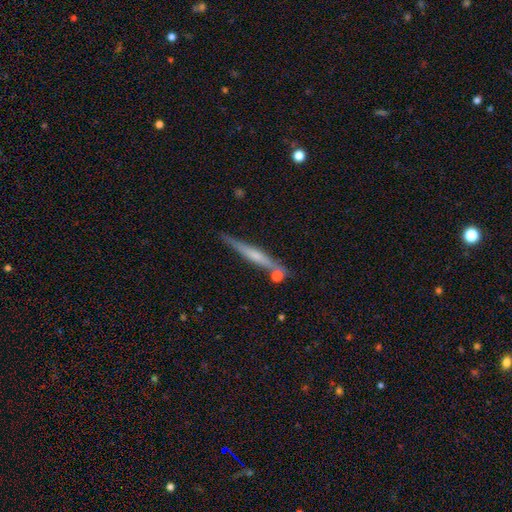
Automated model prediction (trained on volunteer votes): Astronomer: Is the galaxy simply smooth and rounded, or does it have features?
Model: featured or disk — 57% (runner-up: smooth, 36%).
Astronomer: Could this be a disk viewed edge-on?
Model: yes — 96%.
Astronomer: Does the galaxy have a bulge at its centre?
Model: none — 50% (runner-up: rounded, 36%).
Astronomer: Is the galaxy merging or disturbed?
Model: none — 78%.